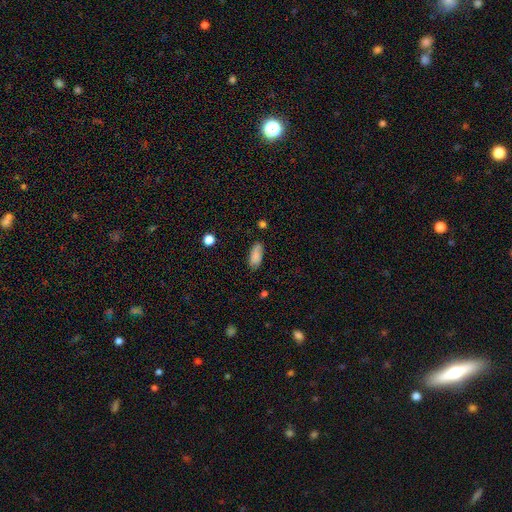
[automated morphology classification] Smooth or featured?
  - smooth: 84% *
  - featured or disk: 8%
  - star or artifact: 8%
How rounded?
  - in between: 85% *
  - cigar-shaped: 12%
  - round: 2%
Merging?
  - none: 77% *
  - minor disturbance: 18%
  - major disturbance: 4%
  - merger: 2%